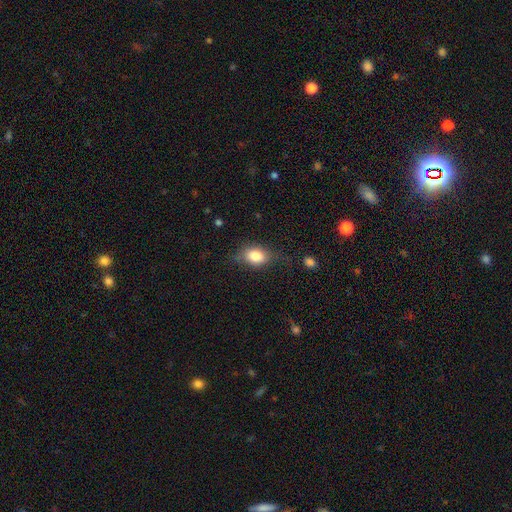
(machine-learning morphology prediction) This appears to be a smooth galaxy with no disk features (80%) that is in between round and cigar-shaped (72%). Merging: none (64%).